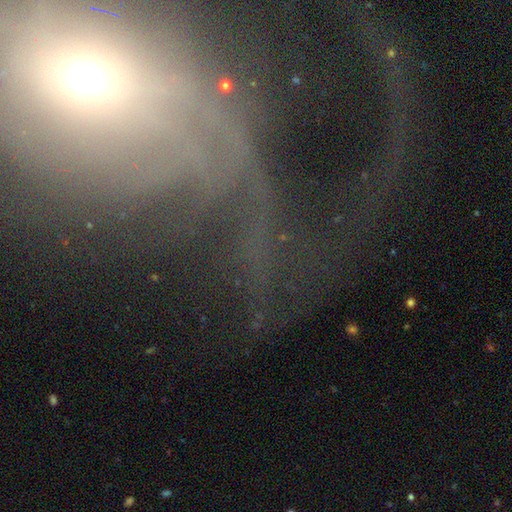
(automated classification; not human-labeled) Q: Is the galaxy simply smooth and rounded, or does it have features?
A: featured or disk — 61%.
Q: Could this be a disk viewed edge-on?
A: no — 89%.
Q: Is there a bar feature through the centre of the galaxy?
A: no — 51%.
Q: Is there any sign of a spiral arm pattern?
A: yes — 73%.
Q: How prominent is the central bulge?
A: small — 46%.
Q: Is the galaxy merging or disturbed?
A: none — 47%.